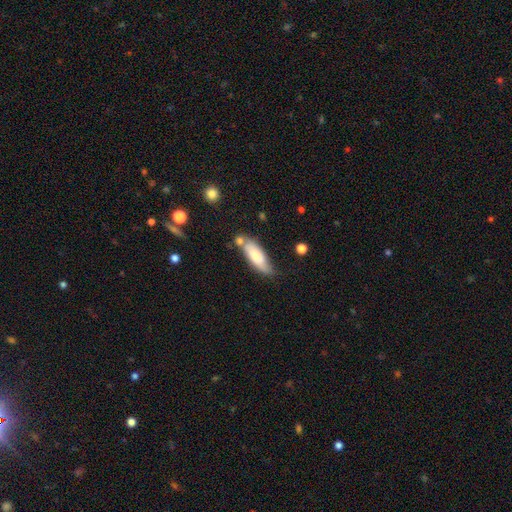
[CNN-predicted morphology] This appears to be a smooth galaxy with no disk features (69%) that is in between round and cigar-shaped (57%). Merging: none (53%).